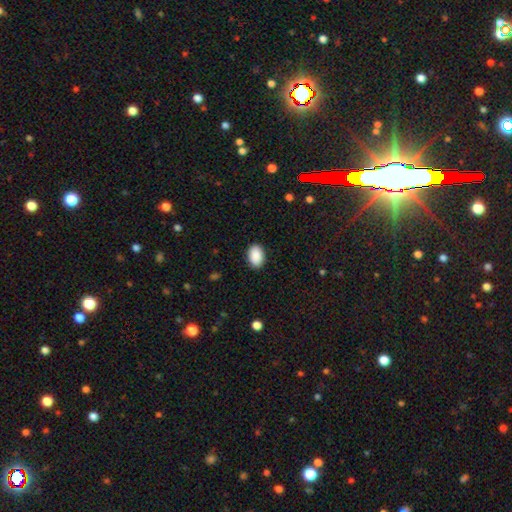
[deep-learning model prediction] This is clearly a smooth galaxy (91%). How rounded: clearly in between (89%). Merging: clearly none (89%).